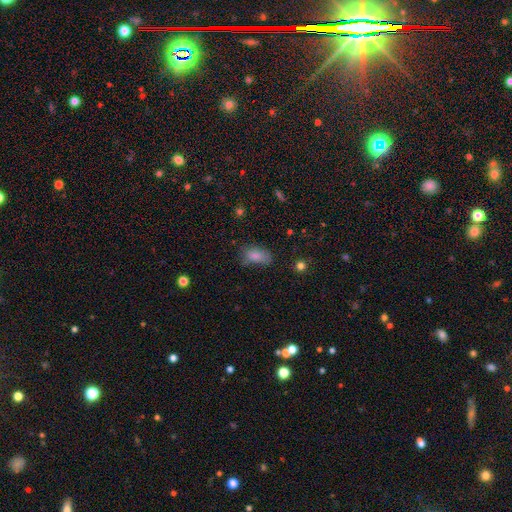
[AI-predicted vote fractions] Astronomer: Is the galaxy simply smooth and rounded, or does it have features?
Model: smooth — 81%.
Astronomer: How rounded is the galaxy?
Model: in between — 90%.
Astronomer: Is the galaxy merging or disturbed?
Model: none — 54% (runner-up: minor disturbance, 31%).